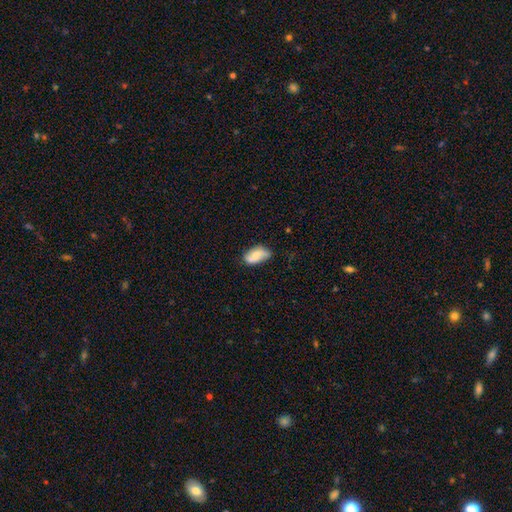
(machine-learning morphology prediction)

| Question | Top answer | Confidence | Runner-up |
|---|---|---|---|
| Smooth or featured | smooth | 63% | featured or disk (30%) |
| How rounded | in between | 91% | round (4%) |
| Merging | none | 62% | minor disturbance (28%) |